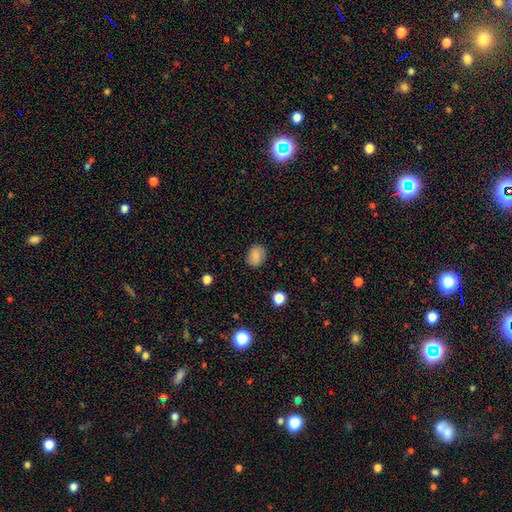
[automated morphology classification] A smooth galaxy with no disk features (85%) that is round (51%). Merging: none (86%).